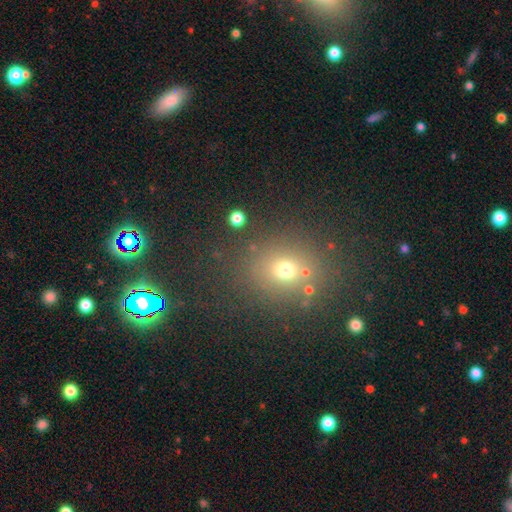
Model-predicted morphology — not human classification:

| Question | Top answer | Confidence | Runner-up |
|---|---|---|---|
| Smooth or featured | smooth | 50% | star or artifact (38%) |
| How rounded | round | 70% | in between (29%) |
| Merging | none | 77% | minor disturbance (9%) |